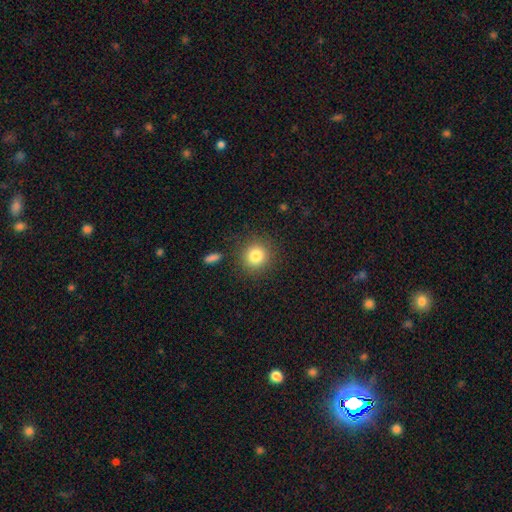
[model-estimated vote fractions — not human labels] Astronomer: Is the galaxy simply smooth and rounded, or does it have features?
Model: smooth — 83%.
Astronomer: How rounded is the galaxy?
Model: round — 91%.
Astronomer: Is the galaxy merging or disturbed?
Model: none — 87%.